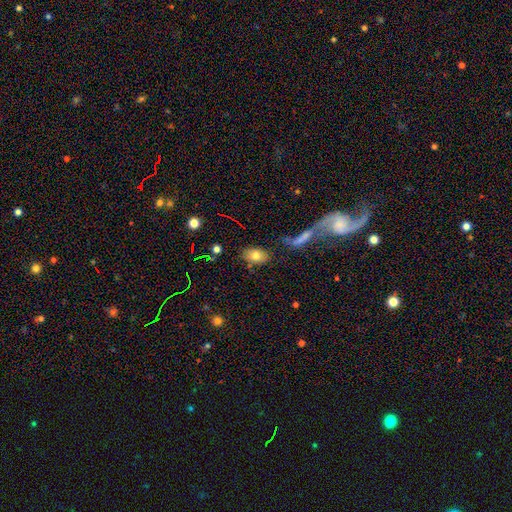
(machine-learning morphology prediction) A smooth galaxy with no disk features (74%) that is in between round and cigar-shaped (84%).

Vote fractions:
- Smooth or featured? smooth: 74% / featured or disk: 16% / star or artifact: 10%
- How rounded? in between: 84% / round: 13% / cigar-shaped: 3%
- Merging? none: 70% / minor disturbance: 14% / merger: 9% / major disturbance: 7%